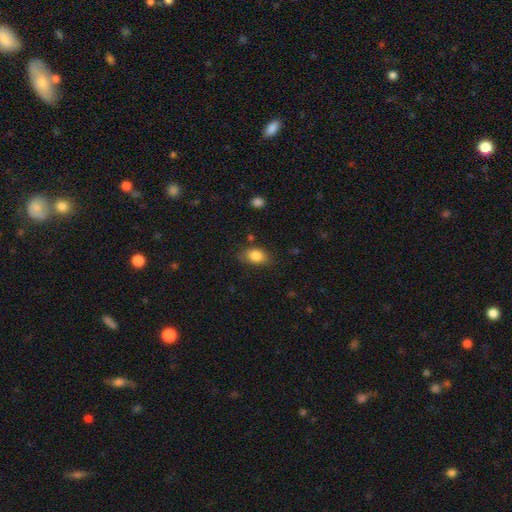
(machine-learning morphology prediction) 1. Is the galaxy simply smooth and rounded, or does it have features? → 83% smooth, 9% featured or disk, 8% star or artifact.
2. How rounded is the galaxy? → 81% in between, 17% round, 2% cigar-shaped.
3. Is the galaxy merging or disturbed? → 75% none, 19% minor disturbance, 4% major disturbance, 2% merger.